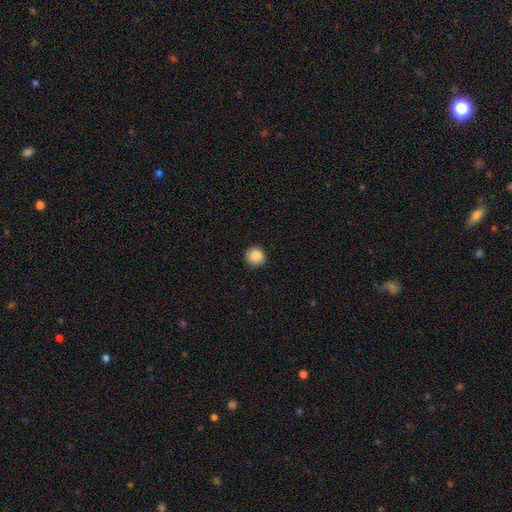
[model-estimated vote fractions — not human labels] Overall: smooth (88%). How rounded: round (95%). Merging: none (91%).